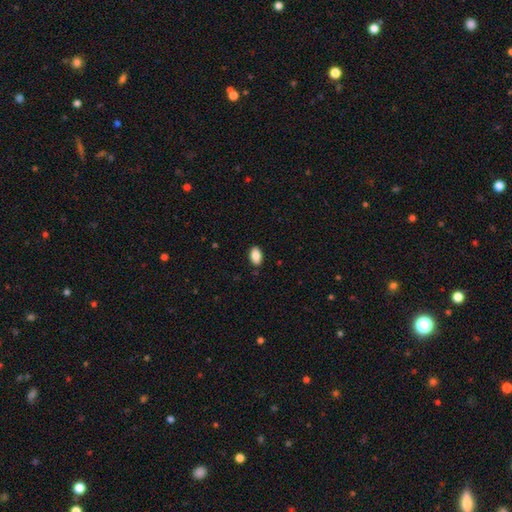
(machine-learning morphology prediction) Smooth or featured?
  - smooth: 88% *
  - star or artifact: 7%
  - featured or disk: 5%
How rounded?
  - in between: 93% *
  - round: 5%
  - cigar-shaped: 2%
Merging?
  - none: 88% *
  - minor disturbance: 9%
  - major disturbance: 2%
  - merger: 1%